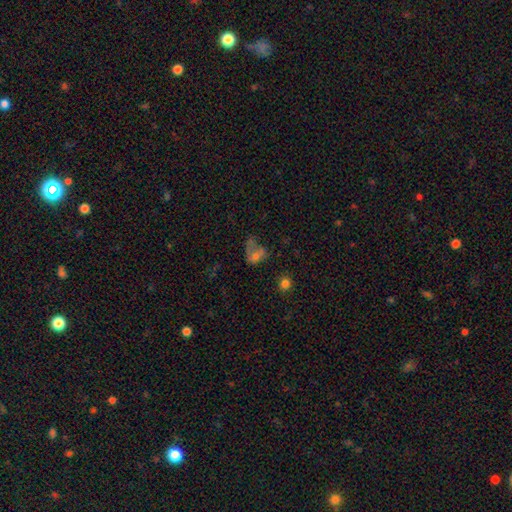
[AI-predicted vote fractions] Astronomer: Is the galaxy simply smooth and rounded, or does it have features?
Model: smooth — 50% (runner-up: featured or disk, 29%).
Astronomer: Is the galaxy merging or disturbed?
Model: major disturbance — 35% (runner-up: none, 26%).